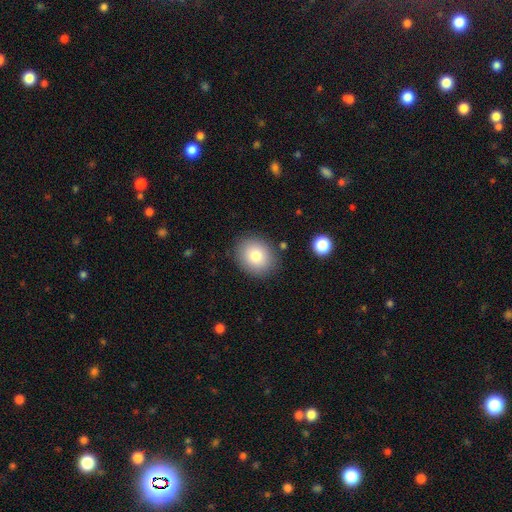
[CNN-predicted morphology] A smooth galaxy with no disk features (80%) that is round (63%). Merging: none (86%).